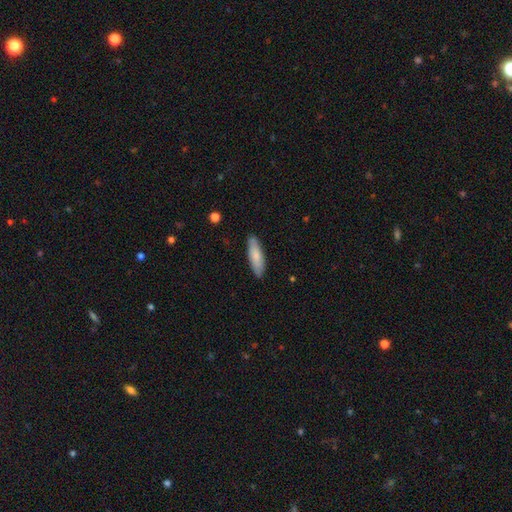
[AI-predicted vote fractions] Smooth or featured?
  - smooth: 79% *
  - featured or disk: 16%
  - star or artifact: 5%
How rounded?
  - cigar-shaped: 57% *
  - in between: 42%
  - round: 1%
Merging?
  - none: 87% *
  - minor disturbance: 10%
  - major disturbance: 2%
  - merger: 1%